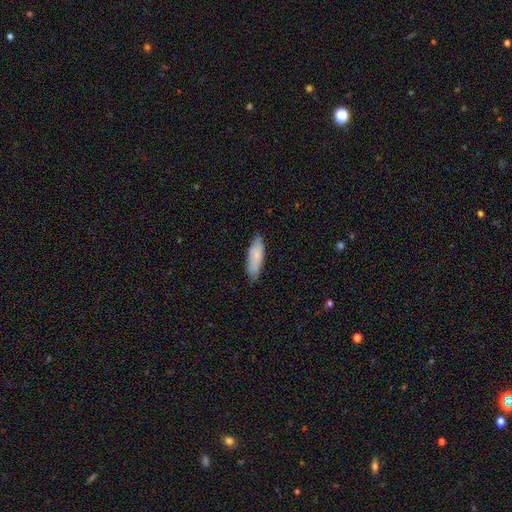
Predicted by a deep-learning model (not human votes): Smooth or featured?
  - smooth: 80% *
  - featured or disk: 14%
  - star or artifact: 6%
How rounded?
  - in between: 53% *
  - cigar-shaped: 46%
  - round: 2%
Merging?
  - none: 82% *
  - minor disturbance: 15%
  - major disturbance: 2%
  - merger: 1%